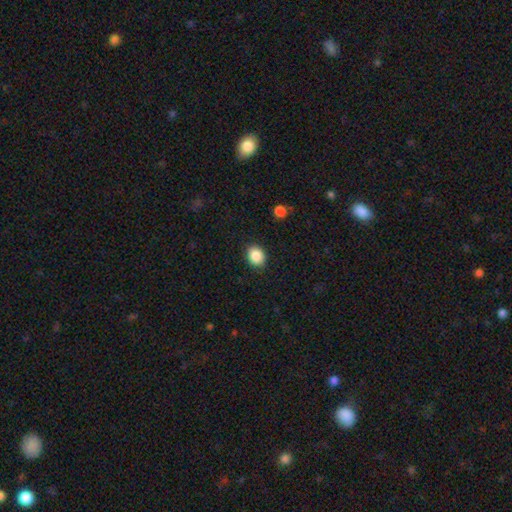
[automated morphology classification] Overall: smooth (88%). How rounded: in between (50%; round 49%). Merging: none (88%).